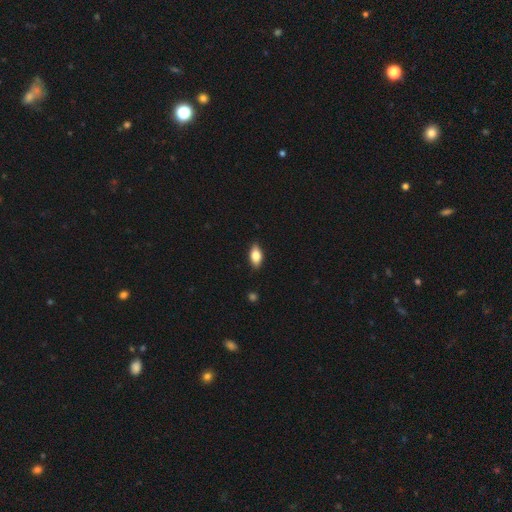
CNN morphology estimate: Smooth or featured: smooth — 78% (featured or disk — 15%)
How rounded: in between — 88% (cigar-shaped — 8%)
Merging: none — 87% (minor disturbance — 10%)